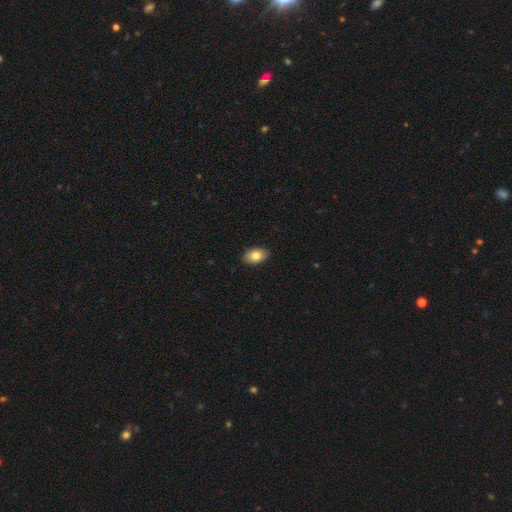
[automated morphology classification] A smooth galaxy with no disk features (82%) that is in between round and cigar-shaped (88%).

Vote fractions:
- Smooth or featured? smooth: 82% / featured or disk: 11% / star or artifact: 8%
- How rounded? in between: 88% / round: 11% / cigar-shaped: 1%
- Merging? none: 89% / minor disturbance: 8% / major disturbance: 2% / merger: 1%